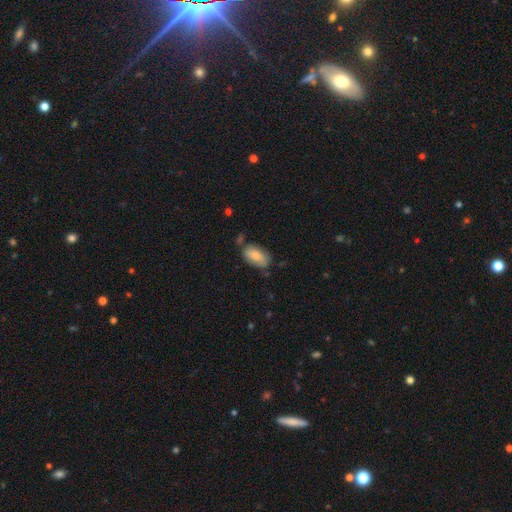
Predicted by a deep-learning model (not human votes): Morphology: type=smooth (80%); roundness=in between (93%); merging=none (64%).